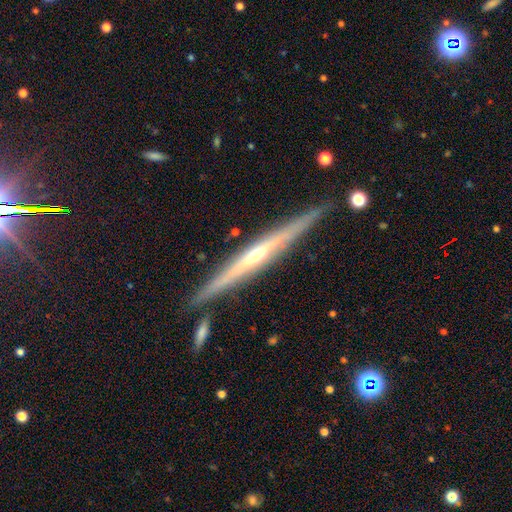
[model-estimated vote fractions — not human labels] Smooth or featured? featured or disk (80%)
Edge-on disk? yes (97%)
Edge-on bulge? rounded (62%)
Merging? none (86%)